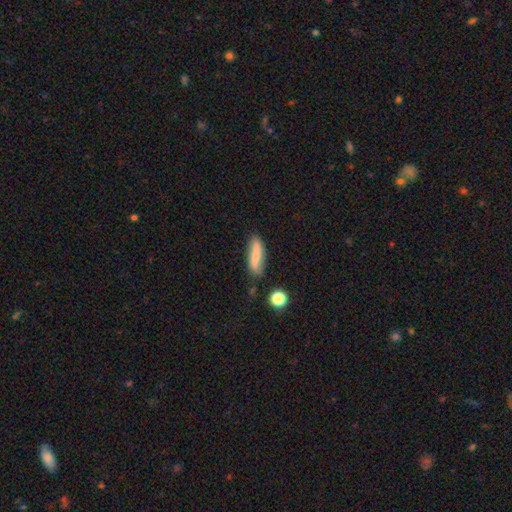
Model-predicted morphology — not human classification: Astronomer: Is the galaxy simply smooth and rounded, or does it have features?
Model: smooth — 74%.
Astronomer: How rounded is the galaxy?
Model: cigar-shaped — 65%.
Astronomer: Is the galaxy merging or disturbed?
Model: none — 72%.